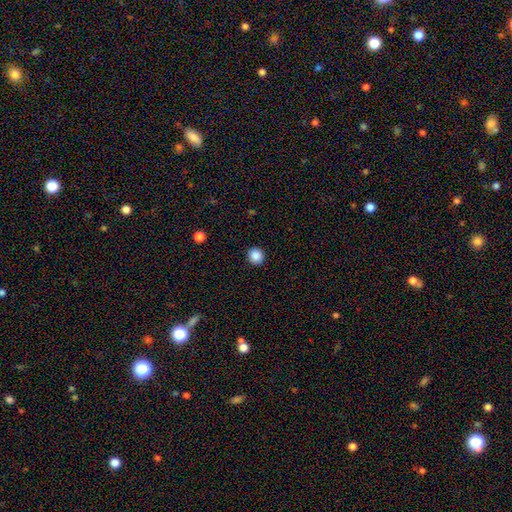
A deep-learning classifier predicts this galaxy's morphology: Smooth or featured: smooth — 87% (star or artifact — 10%)
How rounded: round — 93% (in between — 7%)
Merging: none — 93% (minor disturbance — 5%)